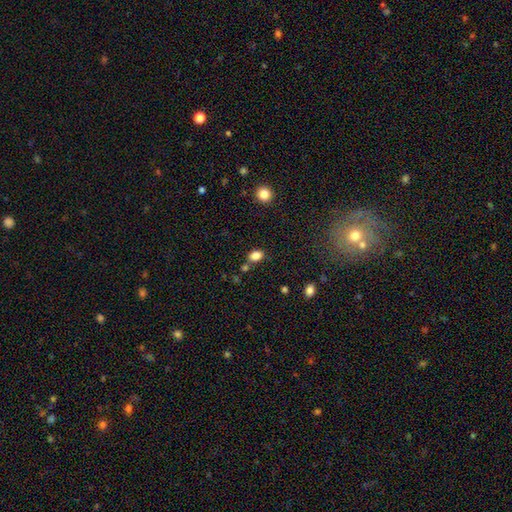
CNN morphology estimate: type=smooth (84%); roundness=in between (81%); merging=none (73%).